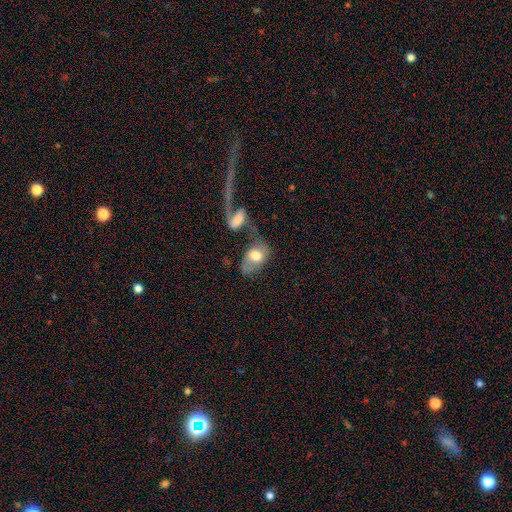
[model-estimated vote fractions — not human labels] smooth-or-featured: smooth: 58% | featured or disk: 34% | star or artifact: 7%
  how-rounded: in between: 81% | round: 17% | cigar-shaped: 2%
  merging: merger: 53% | major disturbance: 20% | none: 16% | minor disturbance: 10%